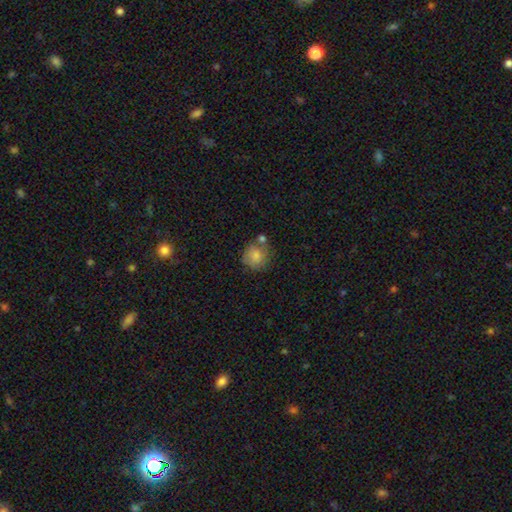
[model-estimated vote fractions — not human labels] Smooth or featured: smooth — 81% (featured or disk — 10%)
How rounded: round — 84% (in between — 15%)
Merging: none — 56% (merger — 20%)